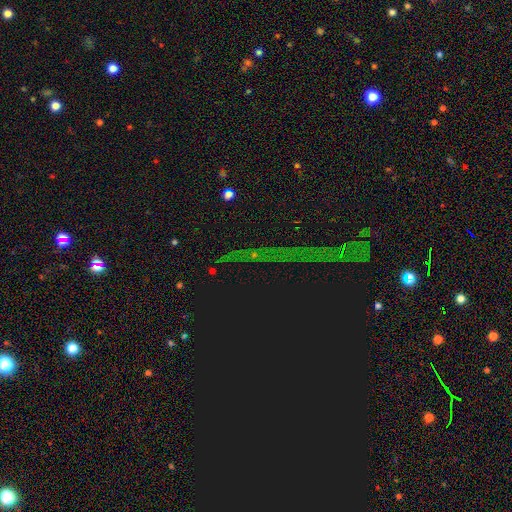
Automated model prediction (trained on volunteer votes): Smooth or featured? star or artifact (81%)